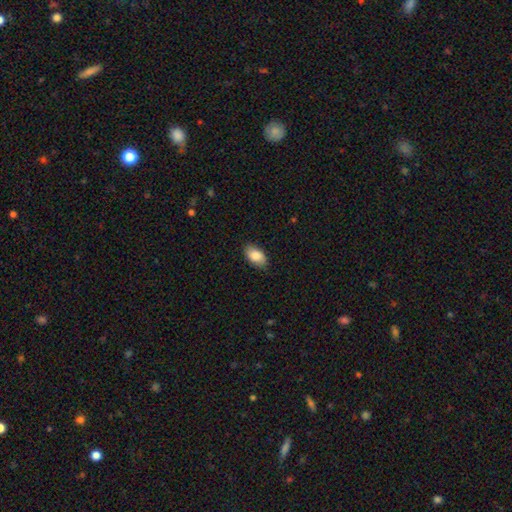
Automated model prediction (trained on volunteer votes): Smooth or featured? smooth (87%)
How rounded? in between (92%)
Merging? none (84%)